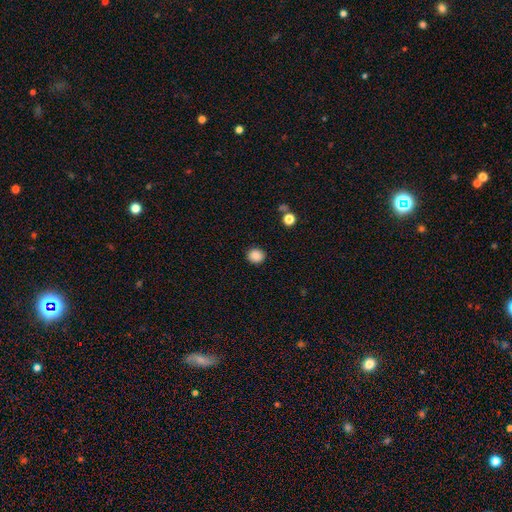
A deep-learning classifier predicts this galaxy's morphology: Overall: smooth (88%). How rounded: round (75%). Merging: none (89%).